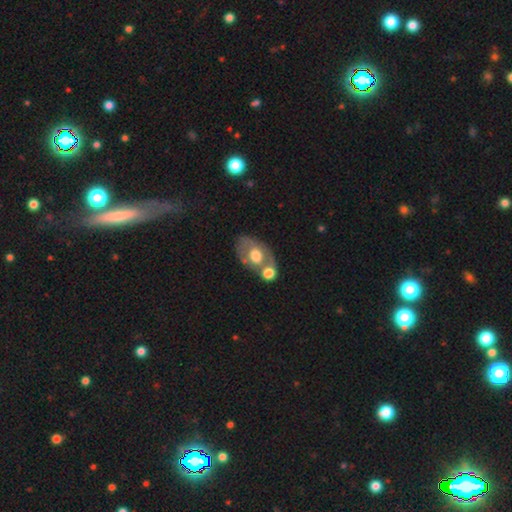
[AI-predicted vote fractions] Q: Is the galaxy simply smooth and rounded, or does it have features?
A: featured or disk — 49%.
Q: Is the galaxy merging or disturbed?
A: none — 41%.